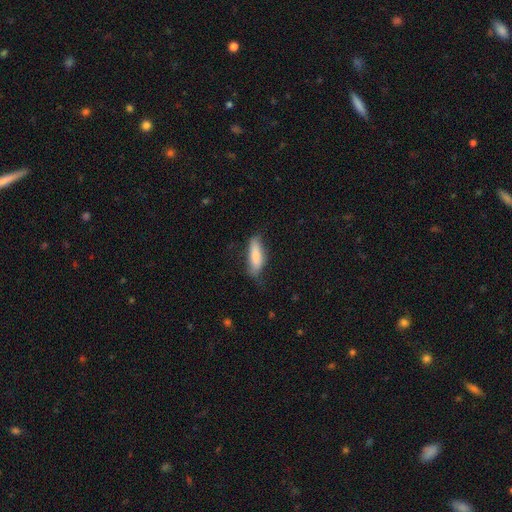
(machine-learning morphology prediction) The model was most divided on "how rounded": in between: 55%, cigar-shaped: 43%, round: 2%. More confident: smooth or featured — smooth (76%); merging — none (62%).